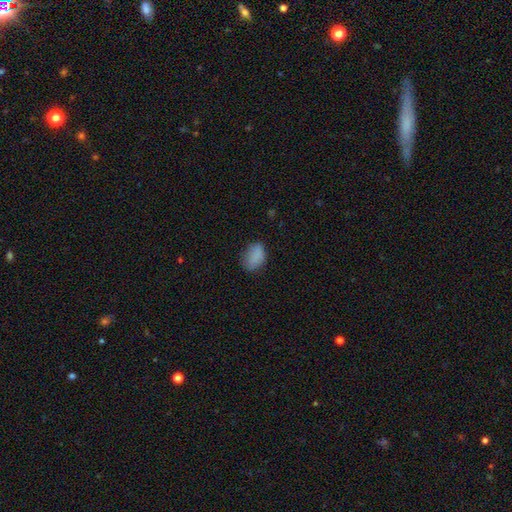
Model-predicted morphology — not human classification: Smooth or featured? smooth (84%)
How rounded? in between (84%)
Merging? none (68%)